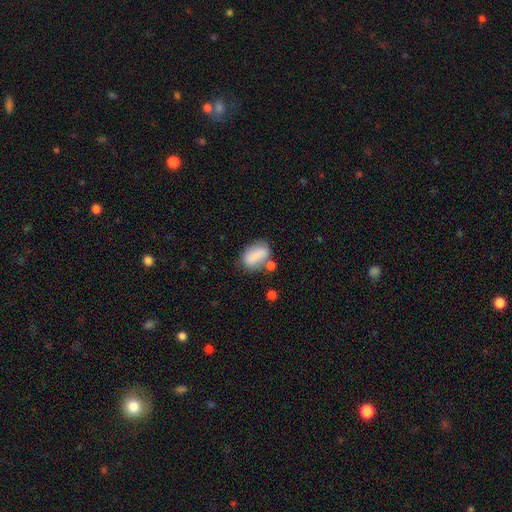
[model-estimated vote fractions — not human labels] smooth_or_featured: smooth (p=0.80) [alt: featured or disk p=0.12]
how_rounded: in between (p=0.87) [alt: round p=0.10]
merging: none (p=0.56) [alt: minor disturbance p=0.19]